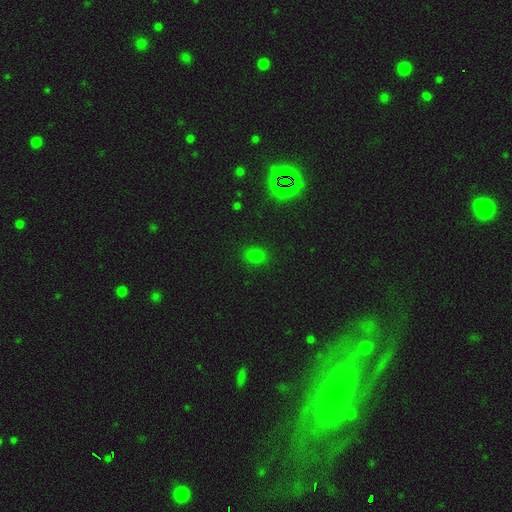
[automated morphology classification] This appears to be a smooth galaxy with no disk features (74%) that is in between round and cigar-shaped (53%). Merging: none (85%).